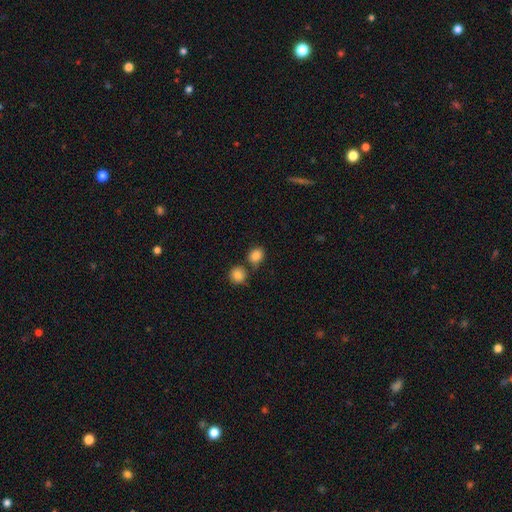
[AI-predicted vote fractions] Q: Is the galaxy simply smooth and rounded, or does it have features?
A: smooth — 85%.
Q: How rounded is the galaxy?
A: round — 60%.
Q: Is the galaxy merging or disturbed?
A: none — 60%.